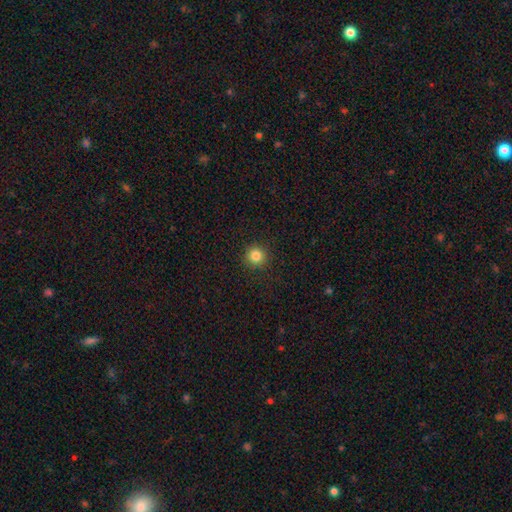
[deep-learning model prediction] Smooth or featured? smooth (84%)
How rounded? round (94%)
Merging? none (91%)